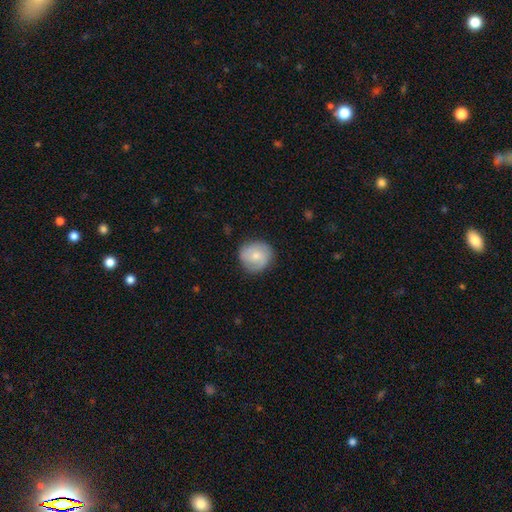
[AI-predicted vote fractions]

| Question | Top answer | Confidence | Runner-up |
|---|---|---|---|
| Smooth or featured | smooth | 65% | featured or disk (28%) |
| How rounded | round | 89% | in between (10%) |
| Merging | none | 81% | minor disturbance (14%) |